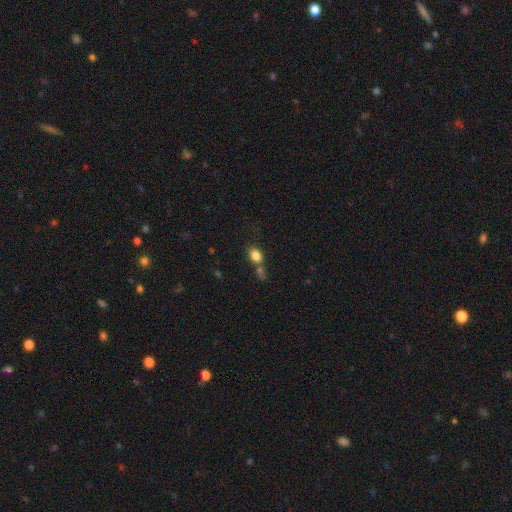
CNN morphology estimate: This appears to be a smooth galaxy with no disk features (82%) that is in between round and cigar-shaped (70%). Merging: none (50%).